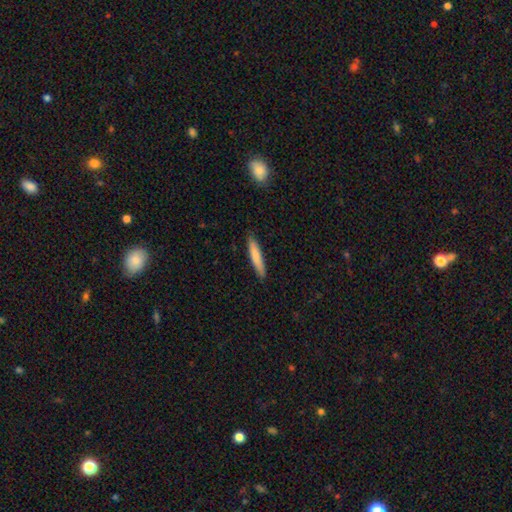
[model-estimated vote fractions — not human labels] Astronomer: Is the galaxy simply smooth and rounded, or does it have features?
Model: smooth — 78%.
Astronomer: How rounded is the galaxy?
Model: cigar-shaped — 91%.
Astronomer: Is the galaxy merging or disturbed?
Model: none — 88%.